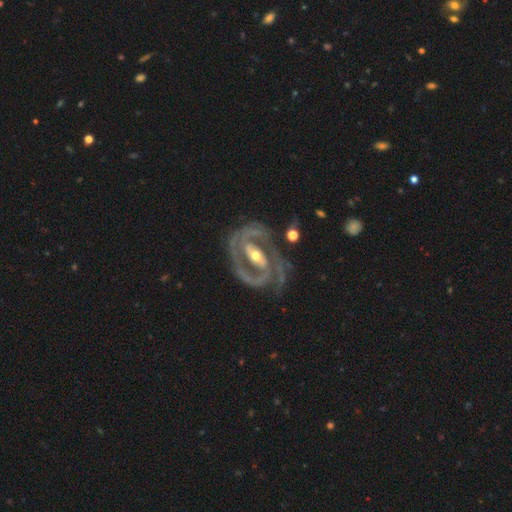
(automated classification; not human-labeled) Overall: featured or disk (93%). Edge-on disk: no (97%). Bar: strong (45%; weak 33%). Spiral arms: yes (97%). Spiral arm count: 2 (81%). Spiral winding: tight (50%; medium 42%). Bulge size: moderate (61%; small 34%). Merging: none (67%).